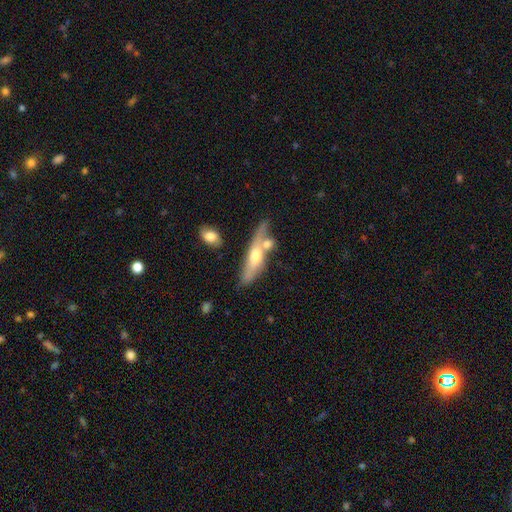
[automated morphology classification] Q: Smooth or featured?
A: featured or disk (49%); runner-up: smooth (45%)
Q: Merging?
A: none (46%); runner-up: merger (29%)